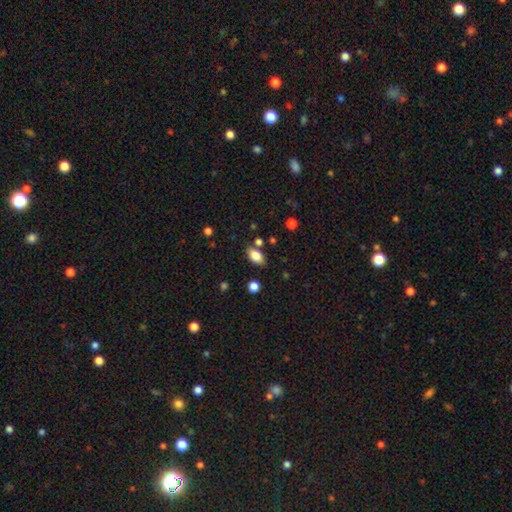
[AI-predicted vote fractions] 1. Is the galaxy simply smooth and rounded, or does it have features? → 82% smooth, 9% star or artifact, 9% featured or disk.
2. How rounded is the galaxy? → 89% in between, 7% round, 4% cigar-shaped.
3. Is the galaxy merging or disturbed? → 78% none, 13% minor disturbance, 6% merger, 3% major disturbance.